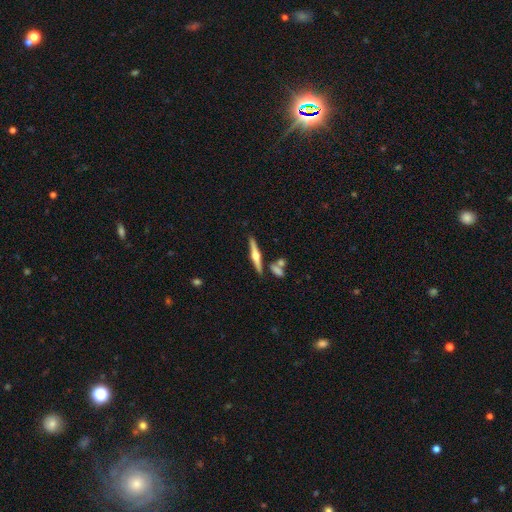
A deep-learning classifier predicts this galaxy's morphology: smooth_or_featured: featured or disk (p=0.75) [alt: smooth p=0.19]
disk_edge_on: yes (p=0.98) [alt: no p=0.02]
edge_on_bulge: rounded (p=0.94) [alt: boxy p=0.03]
merging: none (p=0.82) [alt: minor disturbance p=0.08]